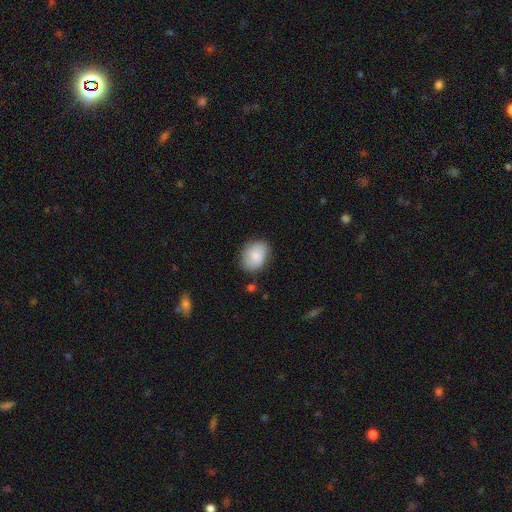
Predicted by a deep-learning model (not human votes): Smooth or featured? smooth (83%)
How rounded? in between (70%)
Merging? none (76%)